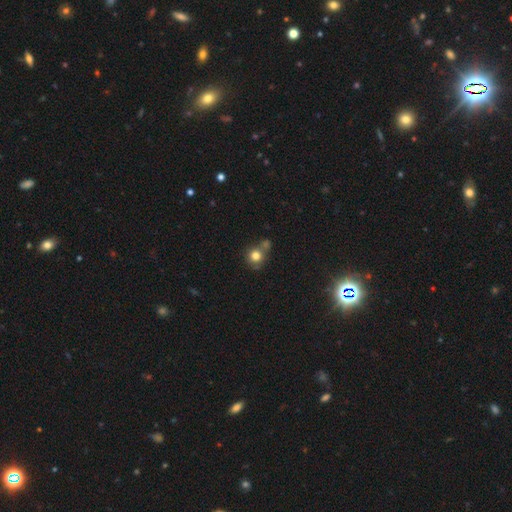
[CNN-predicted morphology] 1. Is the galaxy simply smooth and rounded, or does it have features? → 80% smooth, 11% star or artifact, 9% featured or disk.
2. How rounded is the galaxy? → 89% round, 10% in between, 1% cigar-shaped.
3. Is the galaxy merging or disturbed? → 55% none, 28% merger, 12% minor disturbance, 5% major disturbance.